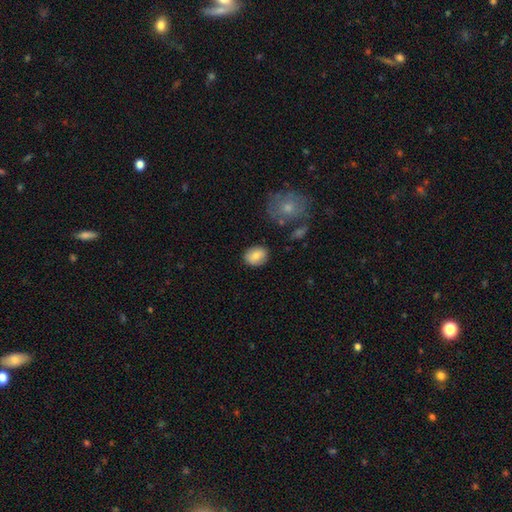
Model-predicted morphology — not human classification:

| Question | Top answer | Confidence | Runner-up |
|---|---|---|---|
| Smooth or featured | smooth | 80% | featured or disk (12%) |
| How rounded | in between | 57% | round (42%) |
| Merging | none | 83% | minor disturbance (11%) |